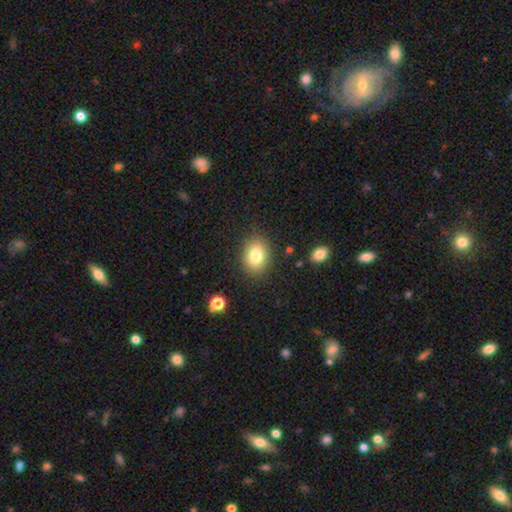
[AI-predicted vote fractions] smooth_or_featured: smooth (p=0.80) [alt: star or artifact p=0.10]
how_rounded: in between (p=0.60) [alt: round p=0.40]
merging: none (p=0.86) [alt: minor disturbance p=0.09]